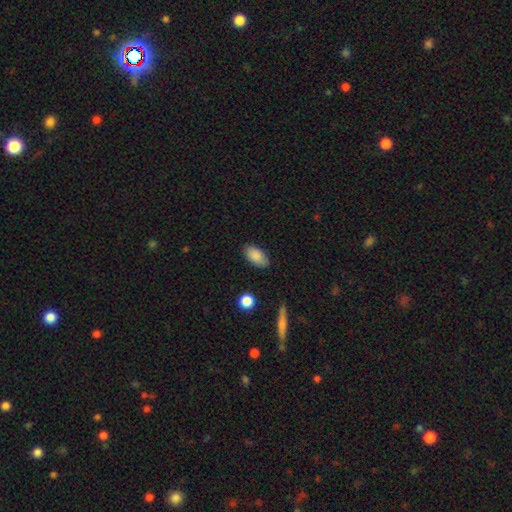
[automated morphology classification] The model was most divided on "merging": none: 83%, minor disturbance: 13%, major disturbance: 3%, merger: 1%. More confident: how rounded — in between (93%); smooth or featured — smooth (86%).